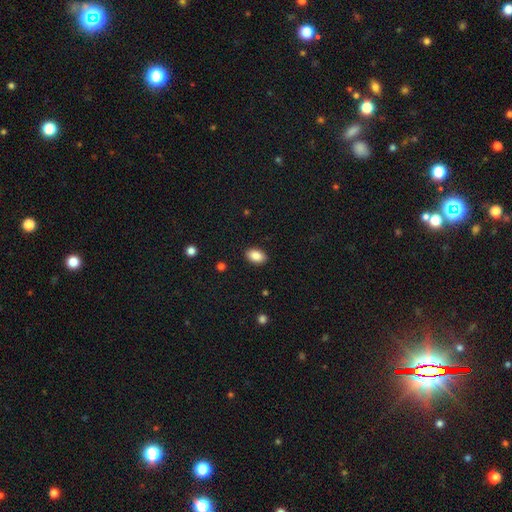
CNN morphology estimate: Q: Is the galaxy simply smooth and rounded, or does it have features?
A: smooth — 88%.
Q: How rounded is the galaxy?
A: in between — 89%.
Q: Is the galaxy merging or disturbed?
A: none — 89%.